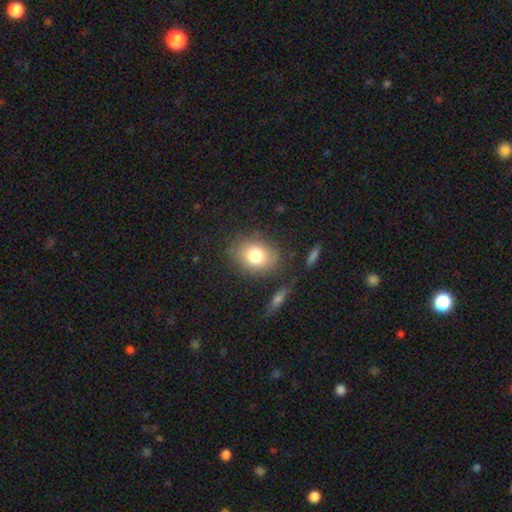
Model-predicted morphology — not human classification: A smooth galaxy with no disk features (78%) that is in between round and cigar-shaped (52%).

Vote fractions:
- Smooth or featured? smooth: 78% / featured or disk: 12% / star or artifact: 10%
- How rounded? in between: 52% / round: 46% / cigar-shaped: 1%
- Merging? none: 78% / minor disturbance: 13% / major disturbance: 5% / merger: 4%